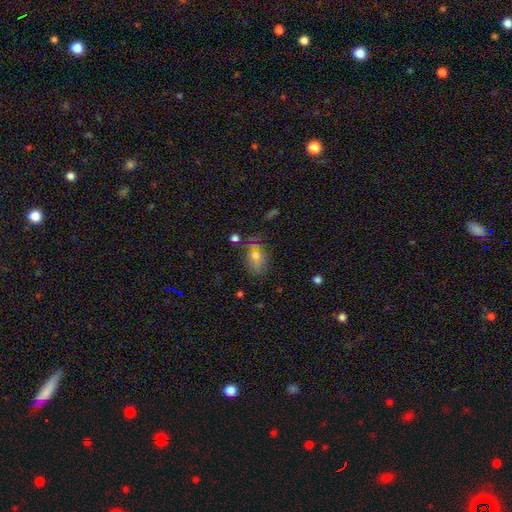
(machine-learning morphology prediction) A smooth galaxy with no disk features (68%) that is in between round and cigar-shaped (72%). Merging: none (62%).